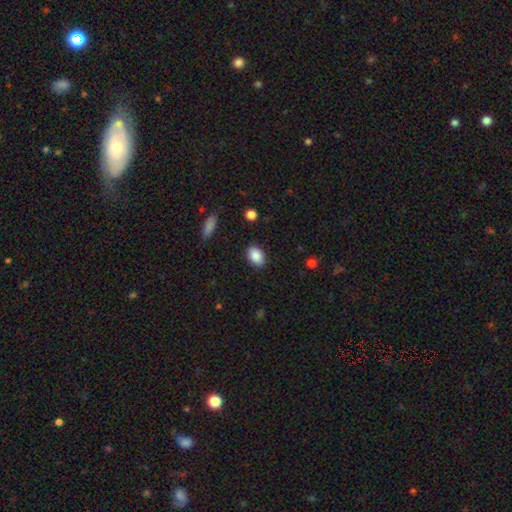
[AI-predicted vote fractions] A smooth galaxy with no disk features (88%) that is in between round and cigar-shaped (85%). Merging: none (87%).